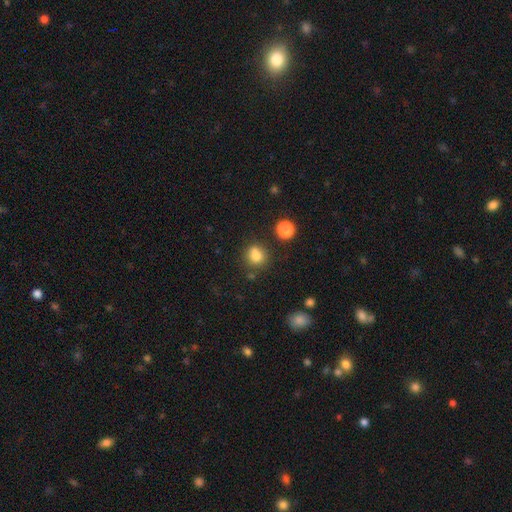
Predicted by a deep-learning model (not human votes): The model was most divided on "merging": none: 65%, merger: 16%, minor disturbance: 14%, major disturbance: 4%. More confident: how rounded — round (79%); smooth or featured — smooth (78%).